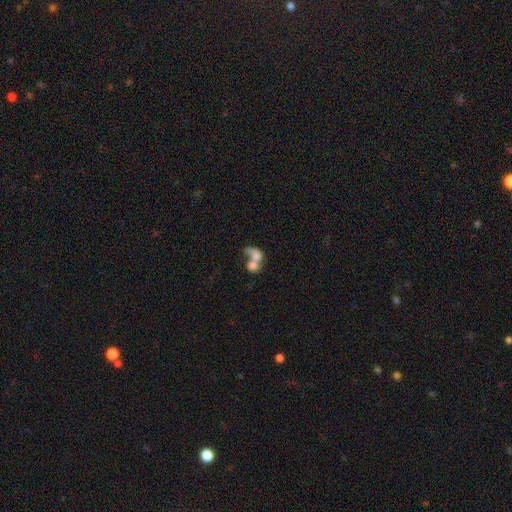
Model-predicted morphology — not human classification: smooth-or-featured: smooth: 56% | featured or disk: 34% | star or artifact: 10%
  how-rounded: round: 50% | in between: 48% | cigar-shaped: 3%
  merging: merger: 74% | major disturbance: 11% | none: 10% | minor disturbance: 5%